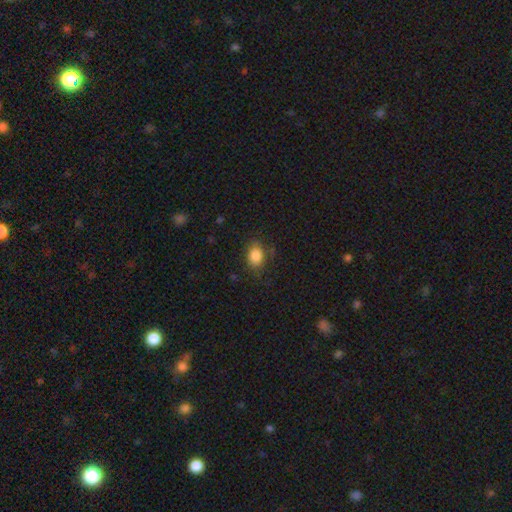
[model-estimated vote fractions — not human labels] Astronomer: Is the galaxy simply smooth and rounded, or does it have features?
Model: smooth — 84%.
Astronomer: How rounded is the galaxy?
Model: in between — 61% (runner-up: round, 38%).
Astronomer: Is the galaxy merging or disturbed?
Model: none — 74%.